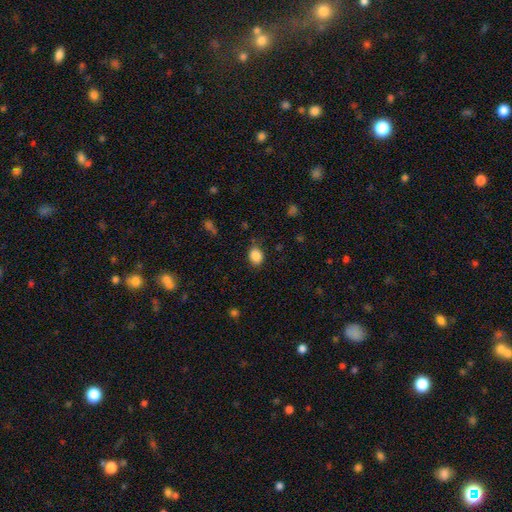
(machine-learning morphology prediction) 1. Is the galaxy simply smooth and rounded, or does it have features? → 87% smooth, 9% star or artifact, 4% featured or disk.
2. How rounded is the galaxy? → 55% in between, 44% round, 1% cigar-shaped.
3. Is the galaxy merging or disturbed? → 77% none, 17% minor disturbance, 4% major disturbance, 2% merger.